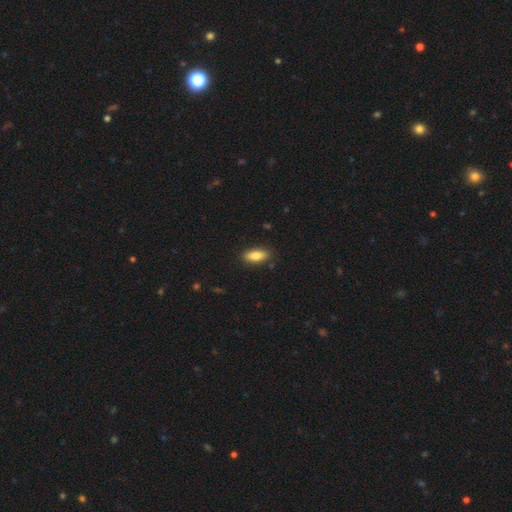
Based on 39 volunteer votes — Volunteers were most divided on "how rounded": in between: 86%, cigar-shaped: 14%, round: 0%. More confident: smooth or featured — smooth (90%); merging — none (86%).